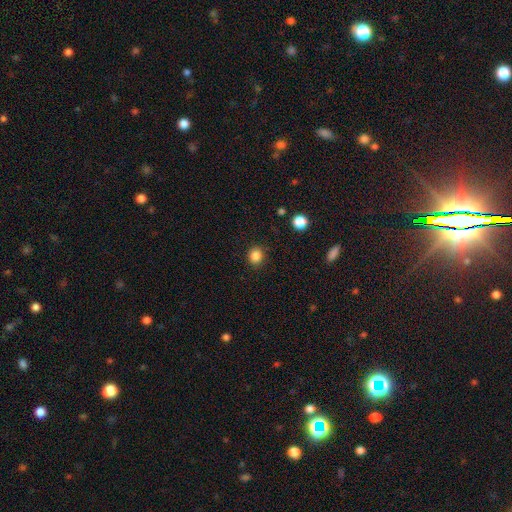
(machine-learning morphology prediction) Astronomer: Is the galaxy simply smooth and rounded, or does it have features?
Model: smooth — 85%.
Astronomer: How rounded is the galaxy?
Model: round — 81%.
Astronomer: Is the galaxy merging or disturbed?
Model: none — 90%.